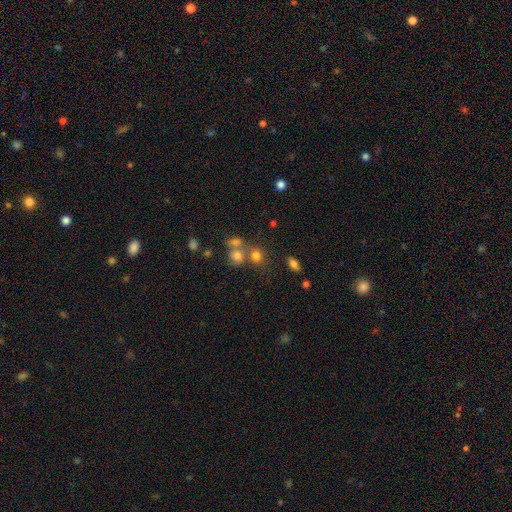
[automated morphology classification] smooth 74%, star or artifact 16%, featured or disk 10%. Down the decision tree: how rounded — round (76%); merging — none (55%).